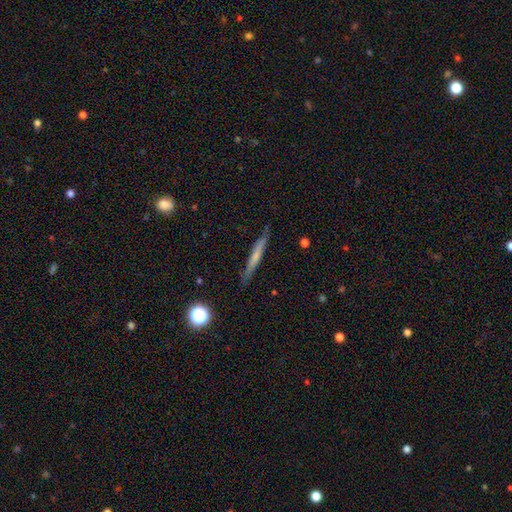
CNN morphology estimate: Smooth or featured: smooth — 50% (featured or disk — 43%)
How rounded: cigar-shaped — 95% (in between — 3%)
Merging: none — 85% (minor disturbance — 11%)